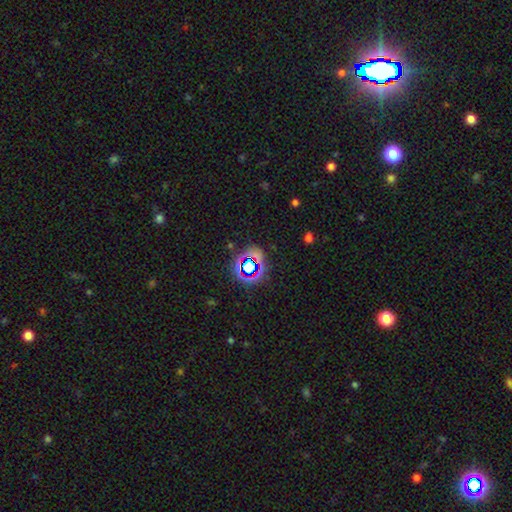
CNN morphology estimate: Overall: star or artifact (65%).